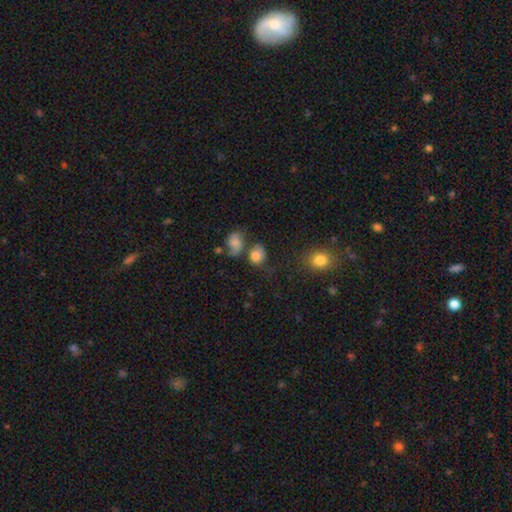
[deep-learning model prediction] This appears to be a smooth galaxy with no disk features (76%) that is round (55%). Merging: none (48%).